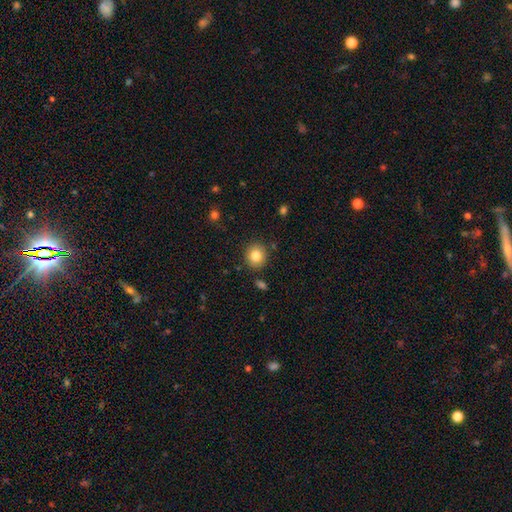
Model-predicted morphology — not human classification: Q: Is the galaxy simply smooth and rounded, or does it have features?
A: smooth — 82%.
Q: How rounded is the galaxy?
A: round — 84%.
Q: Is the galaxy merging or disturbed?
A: none — 87%.